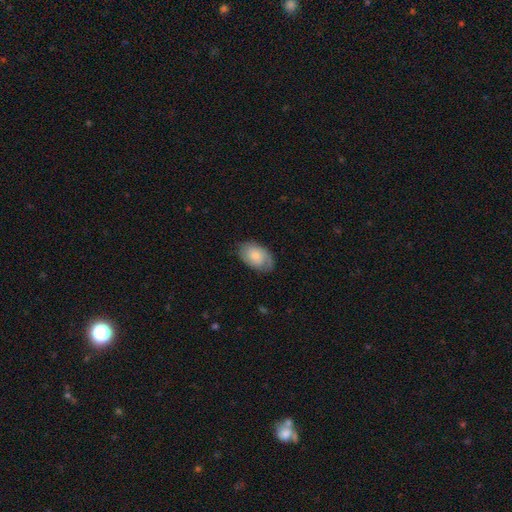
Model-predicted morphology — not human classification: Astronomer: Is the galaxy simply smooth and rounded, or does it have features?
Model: smooth — 58% (runner-up: featured or disk, 35%).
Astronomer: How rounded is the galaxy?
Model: in between — 91%.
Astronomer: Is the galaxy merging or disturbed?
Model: none — 72%.